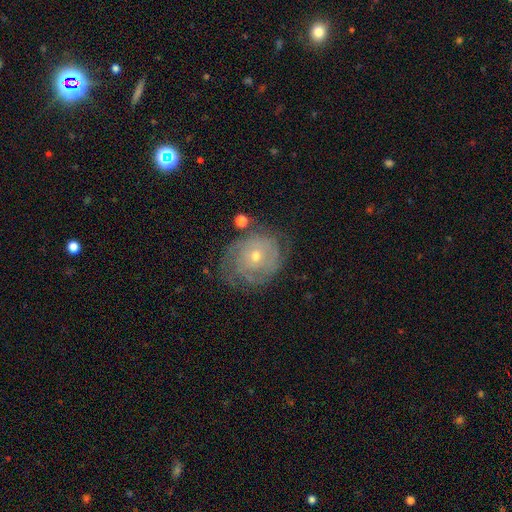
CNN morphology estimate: Smooth or featured? featured or disk (73%)
Edge-on disk? no (97%)
Bar? no (83%)
Spiral arms? yes (82%)
Spiral winding? tight (71%)
Spiral arm count? can't tell (52%)
Bulge size? small (55%)
Merging? none (64%)